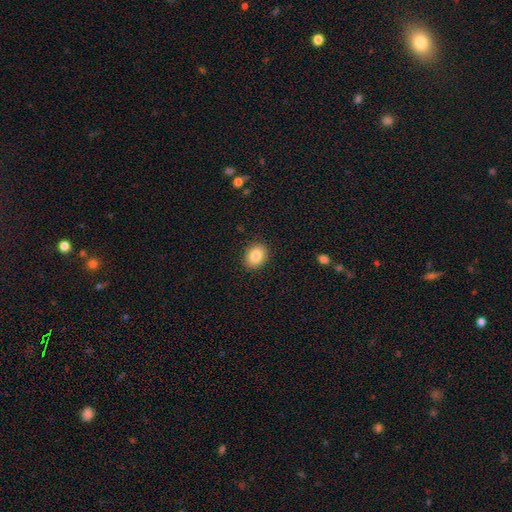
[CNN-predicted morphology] Smooth or featured? Predicted: smooth (p=0.85). How rounded? Predicted: in between (p=0.56). Merging? Predicted: none (p=0.89).